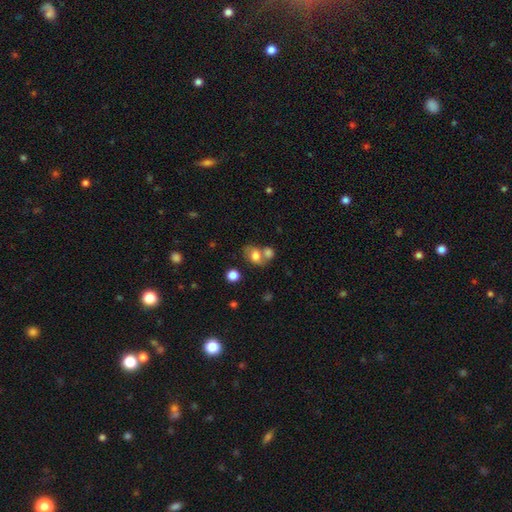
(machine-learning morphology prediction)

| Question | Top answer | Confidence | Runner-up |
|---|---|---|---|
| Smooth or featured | smooth | 74% | featured or disk (16%) |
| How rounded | in between | 61% | round (37%) |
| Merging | merger | 47% | none (36%) |